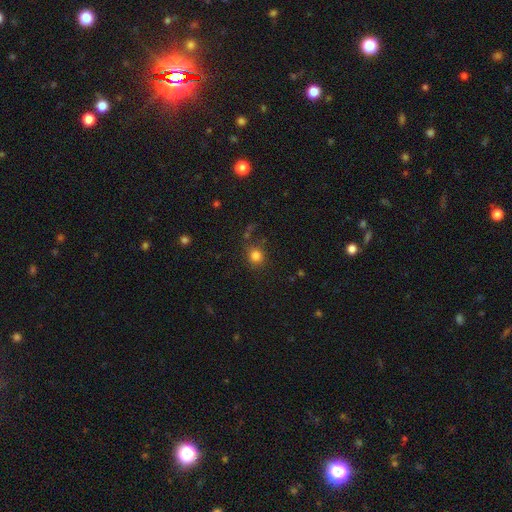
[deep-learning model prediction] smooth_or_featured: smooth (p=0.82) [alt: star or artifact p=0.13]
how_rounded: round (p=0.87) [alt: in between p=0.12]
merging: none (p=0.77) [alt: minor disturbance p=0.13]